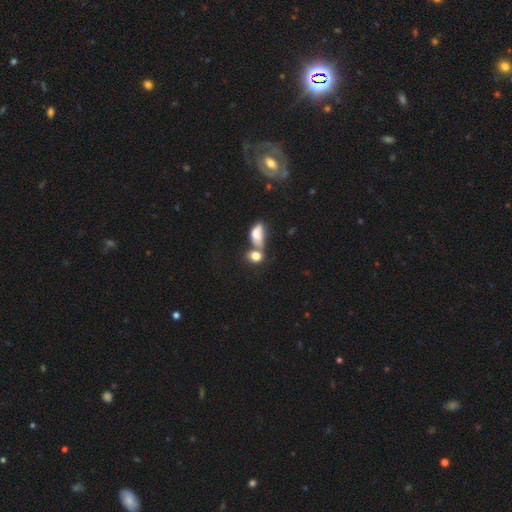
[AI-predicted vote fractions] The model was most divided on "how rounded": in between: 57%, round: 40%, cigar-shaped: 3%. More confident: smooth or featured — smooth (78%); merging — merger (51%).